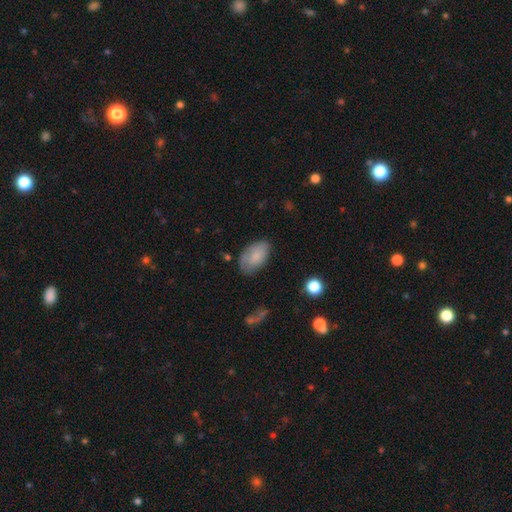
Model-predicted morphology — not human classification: smooth-or-featured: smooth: 80% | featured or disk: 13% | star or artifact: 7%
  how-rounded: in between: 93% | round: 5% | cigar-shaped: 2%
  merging: none: 69% | minor disturbance: 23% | major disturbance: 6% | merger: 2%